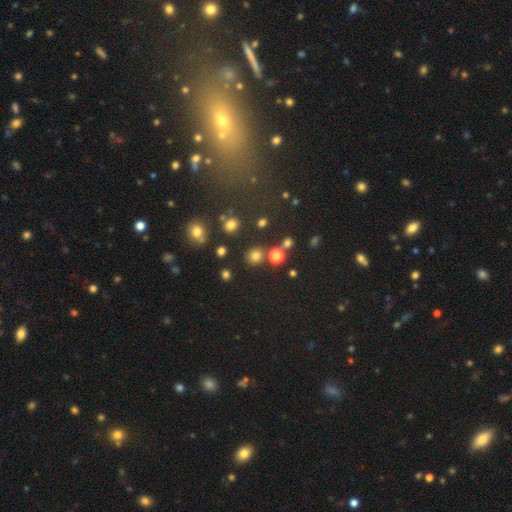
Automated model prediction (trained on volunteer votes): smooth_or_featured: smooth (p=0.76) [alt: star or artifact p=0.18]
how_rounded: round (p=0.90) [alt: in between p=0.09]
merging: none (p=0.82) [alt: minor disturbance p=0.08]